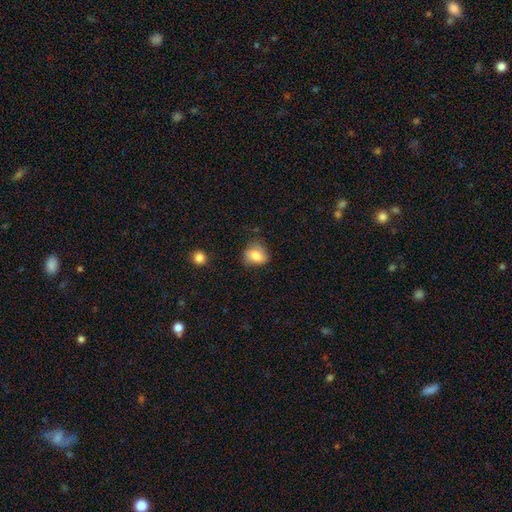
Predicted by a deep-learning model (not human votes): Smooth or featured? smooth (80%)
How rounded? round (54%)
Merging? none (67%)